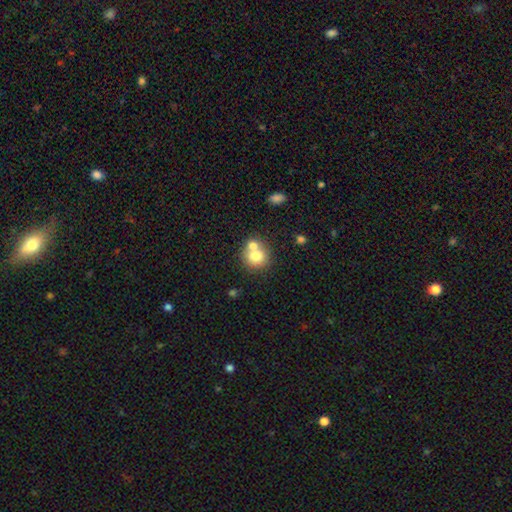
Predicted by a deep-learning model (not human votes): smooth-or-featured: smooth: 72% | featured or disk: 17% | star or artifact: 10%
  how-rounded: round: 83% | in between: 16% | cigar-shaped: 1%
  merging: merger: 48% | none: 42% | minor disturbance: 7% | major disturbance: 3%